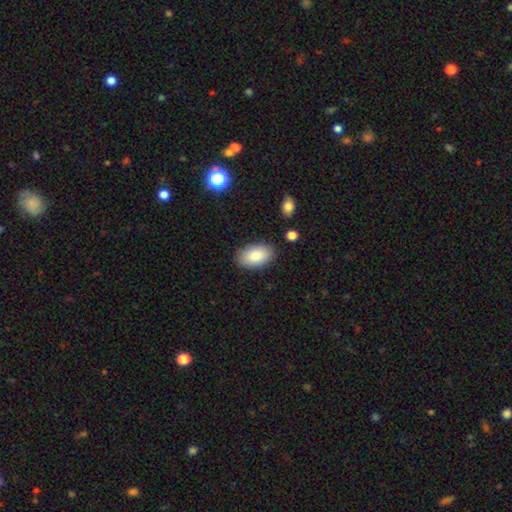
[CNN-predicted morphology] Smooth or featured? Predicted: smooth (p=0.88). How rounded? Predicted: in between (p=0.94). Merging? Predicted: none (p=0.86).